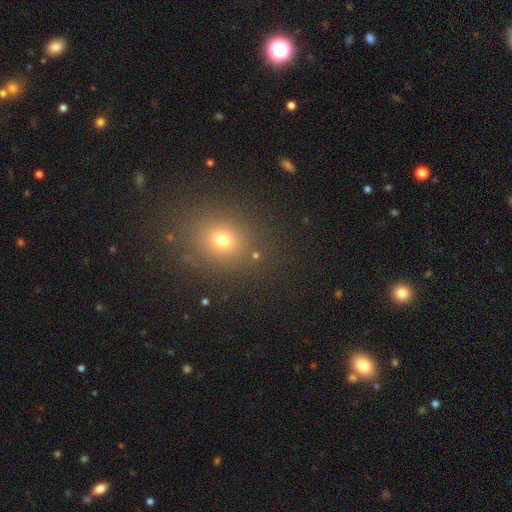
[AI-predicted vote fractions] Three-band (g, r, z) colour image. It shows a smooth galaxy with no disk features (64%) that is round (72%). Merging: none (86%).